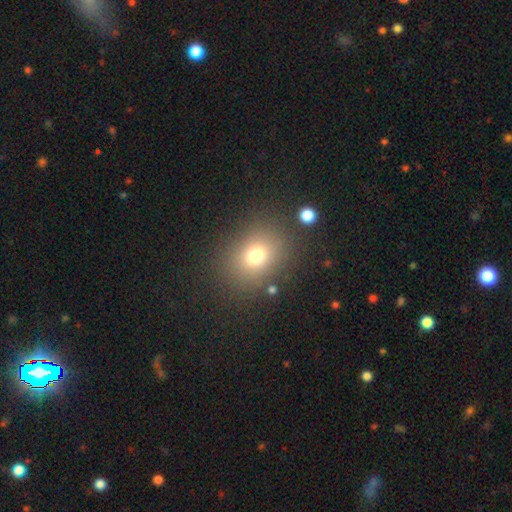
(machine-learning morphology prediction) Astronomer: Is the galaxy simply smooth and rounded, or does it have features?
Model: smooth — 73%.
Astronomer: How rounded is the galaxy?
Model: round — 55% (runner-up: in between, 44%).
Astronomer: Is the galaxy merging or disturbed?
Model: none — 82%.